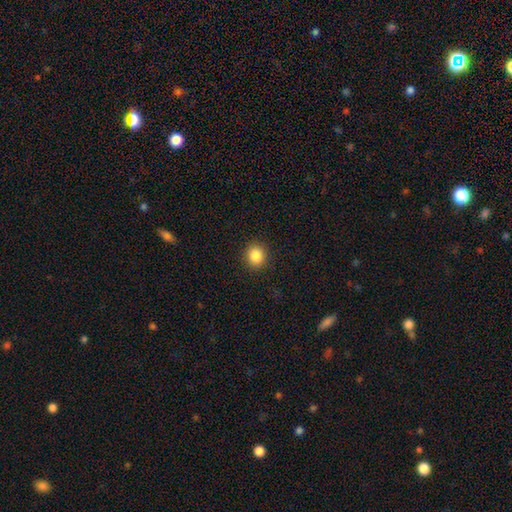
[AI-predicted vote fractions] Overall: smooth (87%). How rounded: round (82%). Merging: none (91%).